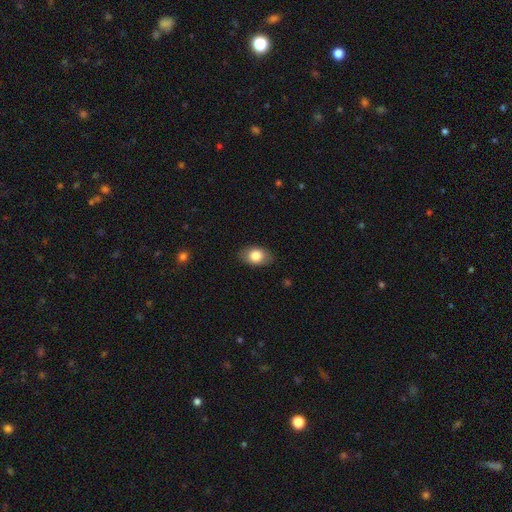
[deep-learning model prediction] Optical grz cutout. It shows a smooth galaxy with no disk features (82%) that is in between round and cigar-shaped (85%). Merging: none (85%).